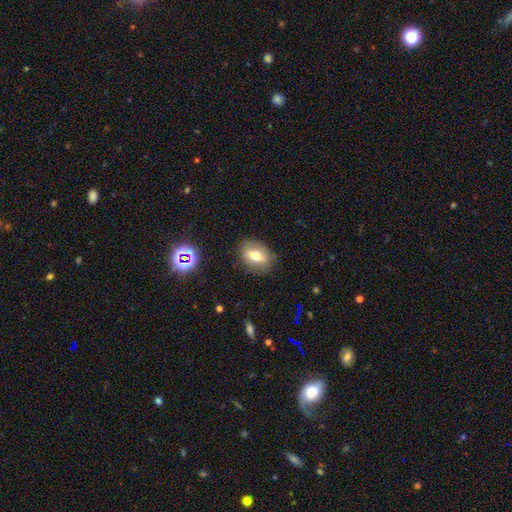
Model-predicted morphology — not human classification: smooth-or-featured: smooth: 65% | featured or disk: 25% | star or artifact: 11%
  how-rounded: in between: 75% | round: 22% | cigar-shaped: 3%
  merging: none: 83% | minor disturbance: 12% | major disturbance: 4% | merger: 1%